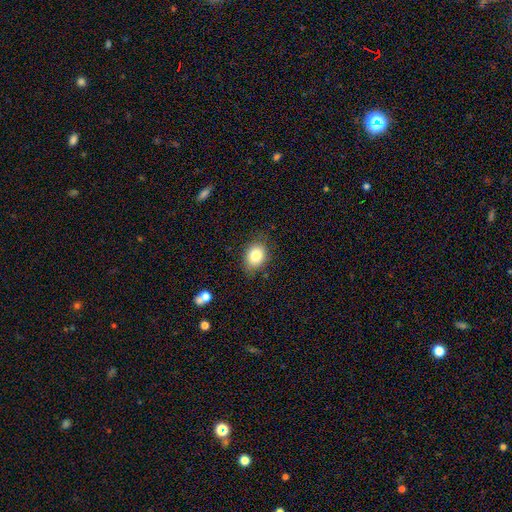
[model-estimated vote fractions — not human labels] A smooth galaxy with no disk features (81%) that is in between round and cigar-shaped (59%).

Vote fractions:
- Smooth or featured? smooth: 81% / featured or disk: 10% / star or artifact: 9%
- How rounded? in between: 59% / round: 40% / cigar-shaped: 1%
- Merging? none: 77% / minor disturbance: 18% / major disturbance: 4% / merger: 2%